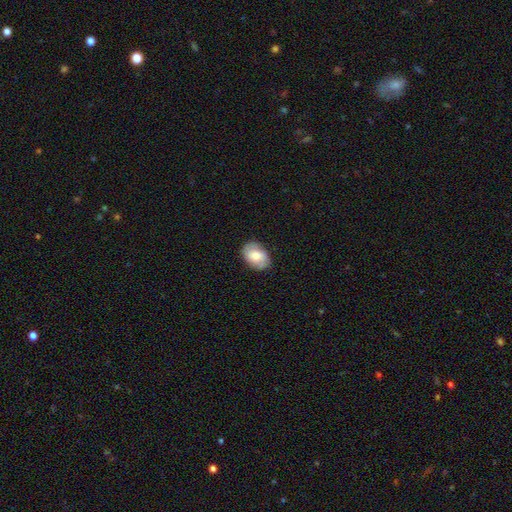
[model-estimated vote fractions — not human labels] This is likely a smooth galaxy (63%). How rounded: likely in between (80%). Merging: clearly none (81%).